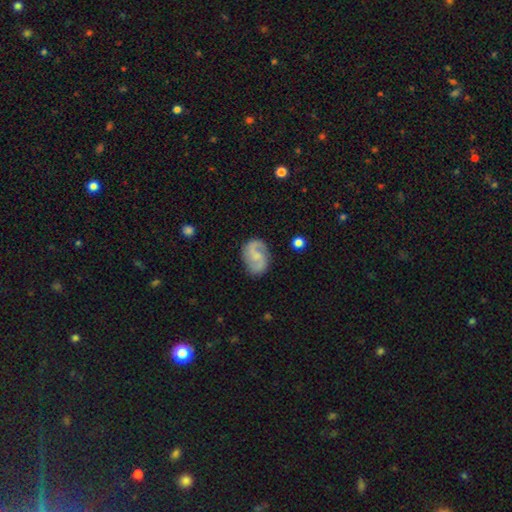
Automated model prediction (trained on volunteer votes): smooth-or-featured: featured or disk: 78% | smooth: 16% | star or artifact: 6%
  disk-edge-on: no: 98% | yes: 2%
    bar: no: 47% | weak: 45% | strong: 8%
    has-spiral-arms: yes: 95% | no: 5%
      spiral-winding: medium: 50% | loose: 31% | tight: 19%
      spiral-arm-count: 2: 91% | can't tell: 4% | 1: 2% | 3: 1% | 4: 1% | more than 4: 1%
    bulge-size: small: 46% | none: 29% | moderate: 22% | large: 2% | dominant: 1%
  merging: none: 80% | minor disturbance: 14% | major disturbance: 4% | merger: 2%